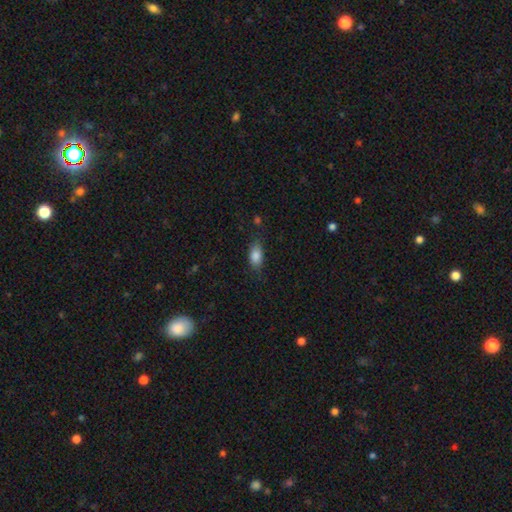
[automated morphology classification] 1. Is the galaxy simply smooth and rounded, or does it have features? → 84% smooth, 8% star or artifact, 8% featured or disk.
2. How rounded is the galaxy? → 86% in between, 8% cigar-shaped, 6% round.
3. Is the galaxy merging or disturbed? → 74% none, 19% minor disturbance, 5% major disturbance, 2% merger.